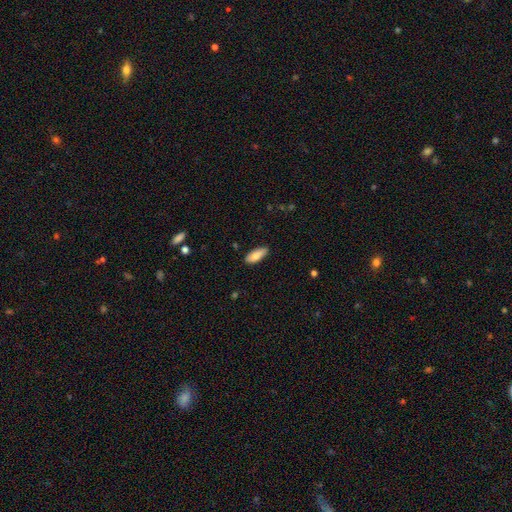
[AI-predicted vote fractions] Smooth or featured?
  - smooth: 80% *
  - featured or disk: 14%
  - star or artifact: 6%
How rounded?
  - in between: 78% *
  - cigar-shaped: 20%
  - round: 2%
Merging?
  - none: 82% *
  - minor disturbance: 15%
  - major disturbance: 2%
  - merger: 1%